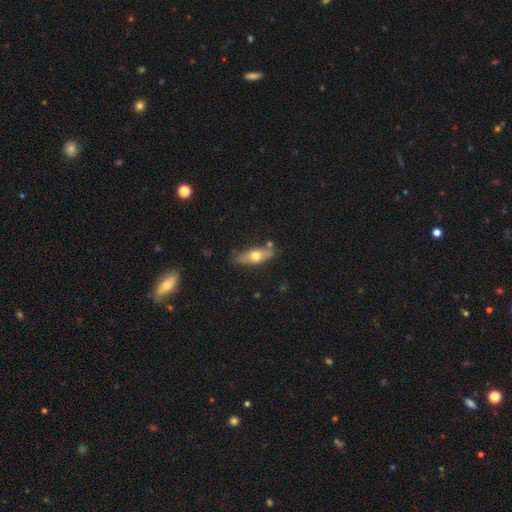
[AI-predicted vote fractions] smooth-or-featured: smooth: 55% | featured or disk: 39% | star or artifact: 6%
  how-rounded: in between: 56% | cigar-shaped: 40% | round: 4%
  merging: none: 78% | minor disturbance: 15% | merger: 4% | major disturbance: 3%